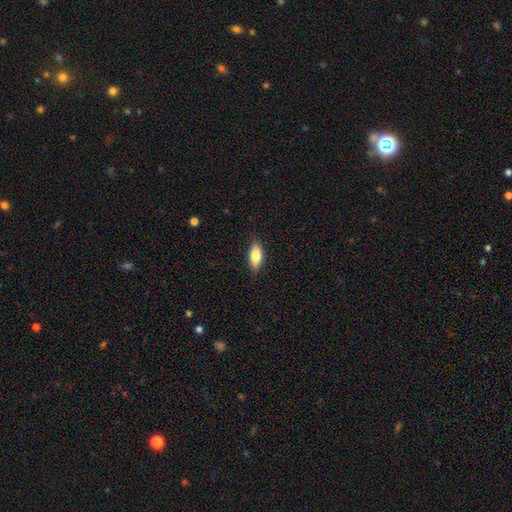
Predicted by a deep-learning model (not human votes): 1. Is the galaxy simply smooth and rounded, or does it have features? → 80% smooth, 14% featured or disk, 7% star or artifact.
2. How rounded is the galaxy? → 81% in between, 17% cigar-shaped, 3% round.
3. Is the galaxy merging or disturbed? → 87% none, 10% minor disturbance, 2% major disturbance, 1% merger.